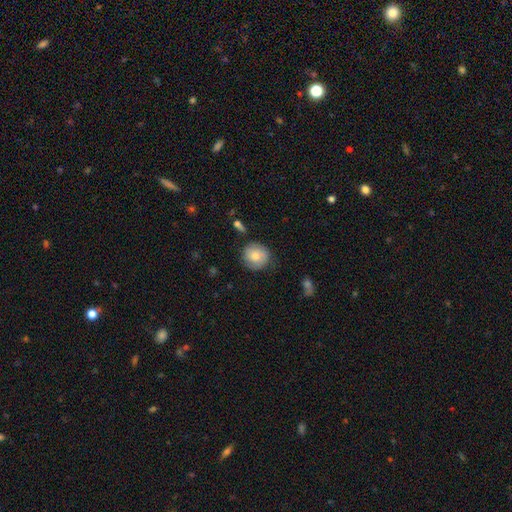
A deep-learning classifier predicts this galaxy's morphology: Overall: smooth (69%). How rounded: round (88%). Merging: none (75%).